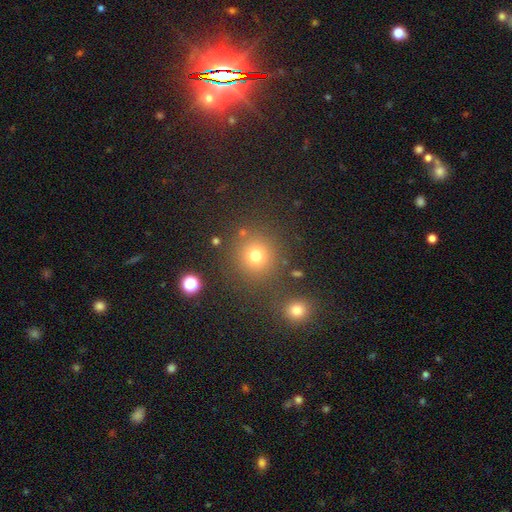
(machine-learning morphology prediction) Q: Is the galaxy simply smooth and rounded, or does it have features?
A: smooth — 75%.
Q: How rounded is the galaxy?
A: round — 90%.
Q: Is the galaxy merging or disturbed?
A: none — 81%.